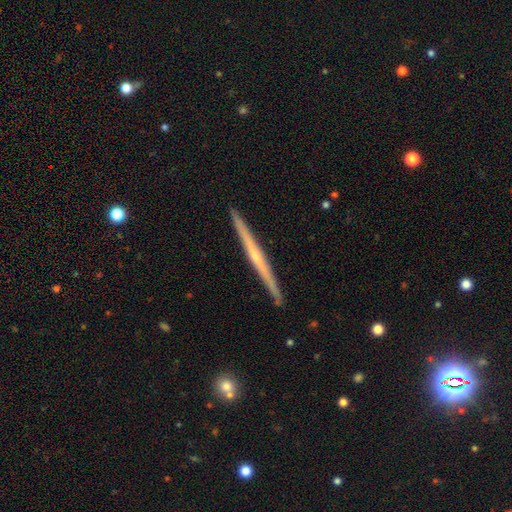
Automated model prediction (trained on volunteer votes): smooth-or-featured: featured or disk: 74% | smooth: 21% | star or artifact: 5%
  disk-edge-on: yes: 98% | no: 2%
    edge-on-bulge: none: 49% | rounded: 46% | boxy: 6%
  merging: none: 92% | minor disturbance: 5% | major disturbance: 1% | merger: 1%